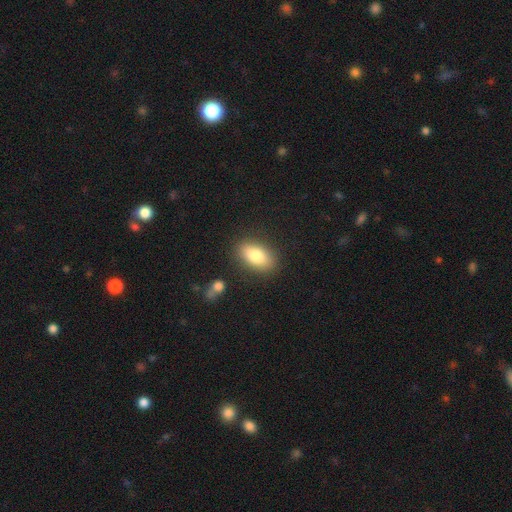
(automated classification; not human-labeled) Morphology: type=smooth (81%); roundness=in between (89%); merging=none (84%).